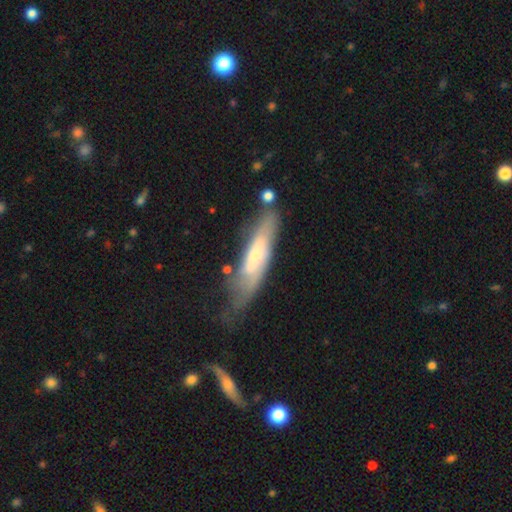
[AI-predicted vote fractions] smooth-or-featured: featured or disk: 49% | smooth: 45% | star or artifact: 6%
  merging: none: 49% | minor disturbance: 28% | major disturbance: 15% | merger: 8%